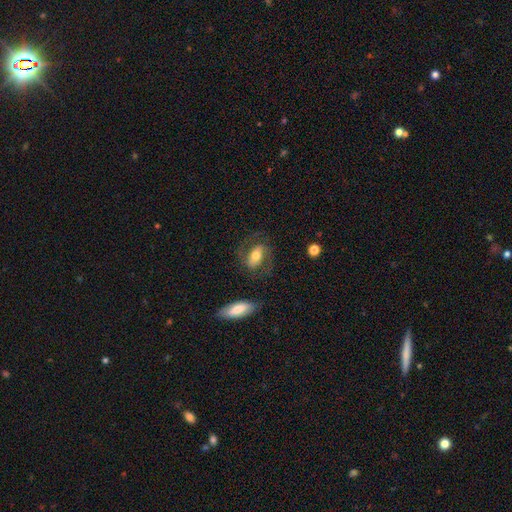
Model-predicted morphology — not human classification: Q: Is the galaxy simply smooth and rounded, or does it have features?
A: featured or disk — 56%.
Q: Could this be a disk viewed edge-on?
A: no — 93%.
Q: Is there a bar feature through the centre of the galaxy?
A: strong — 37%.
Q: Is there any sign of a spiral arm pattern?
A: yes — 80%.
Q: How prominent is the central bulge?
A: moderate — 60%.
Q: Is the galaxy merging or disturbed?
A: none — 68%.